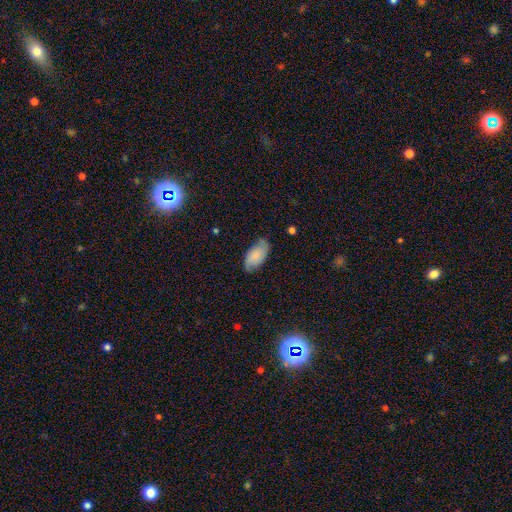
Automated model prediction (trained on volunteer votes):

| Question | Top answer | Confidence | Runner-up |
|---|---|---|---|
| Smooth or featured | smooth | 71% | featured or disk (22%) |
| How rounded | in between | 94% | cigar-shaped (4%) |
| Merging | none | 73% | minor disturbance (22%) |